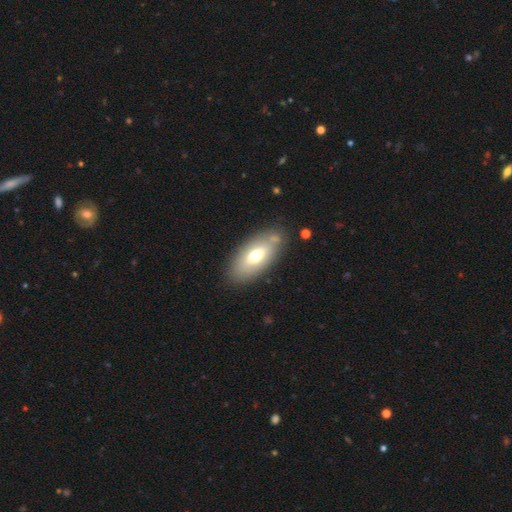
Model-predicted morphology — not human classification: Smooth or featured? Predicted: smooth (p=0.63). How rounded? Predicted: in between (p=0.89). Merging? Predicted: none (p=0.77).